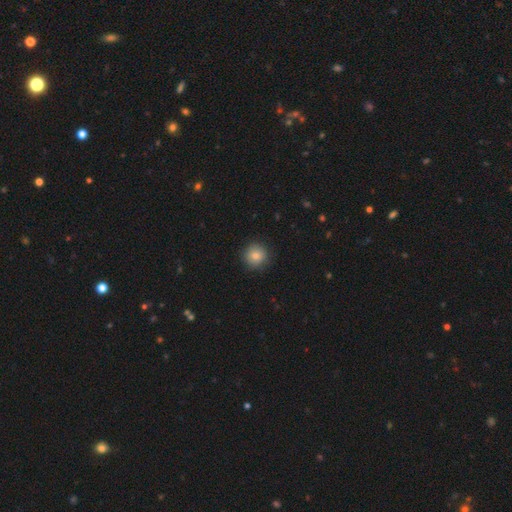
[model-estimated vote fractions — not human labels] Smooth or featured? Predicted: smooth (p=0.81). How rounded? Predicted: round (p=0.93). Merging? Predicted: none (p=0.88).